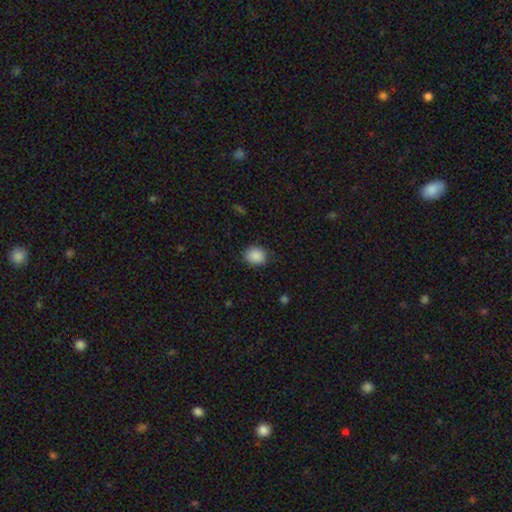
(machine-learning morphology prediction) Overall: smooth (88%). How rounded: round (67%; in between 32%). Merging: none (83%).